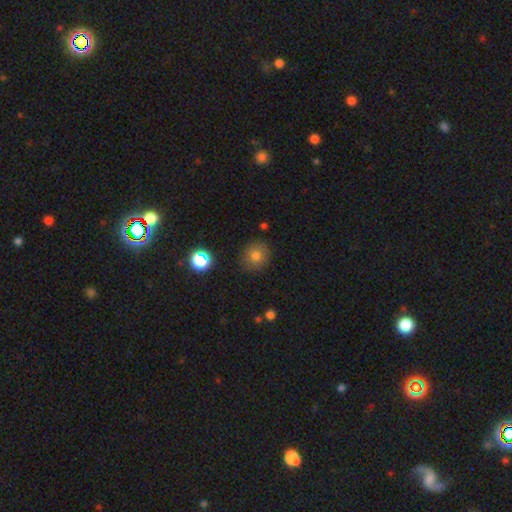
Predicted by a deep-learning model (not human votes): Smooth or featured?
  - smooth: 76% *
  - star or artifact: 14%
  - featured or disk: 10%
How rounded?
  - round: 83% *
  - in between: 16%
  - cigar-shaped: 1%
Merging?
  - none: 85% *
  - minor disturbance: 10%
  - major disturbance: 3%
  - merger: 2%